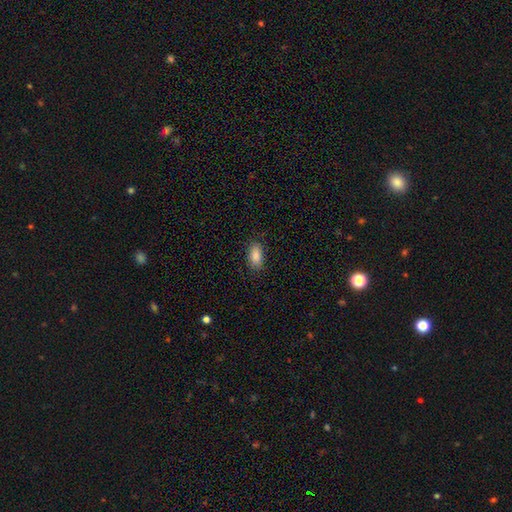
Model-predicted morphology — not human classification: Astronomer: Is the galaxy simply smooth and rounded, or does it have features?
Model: smooth — 88%.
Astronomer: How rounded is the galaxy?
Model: in between — 91%.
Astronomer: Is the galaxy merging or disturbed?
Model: none — 86%.